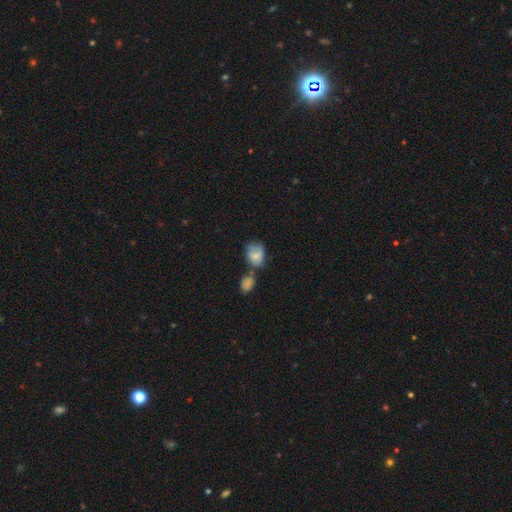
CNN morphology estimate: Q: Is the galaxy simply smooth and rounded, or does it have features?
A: smooth — 69%.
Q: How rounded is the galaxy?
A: in between — 60%.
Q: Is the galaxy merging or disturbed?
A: none — 38%.